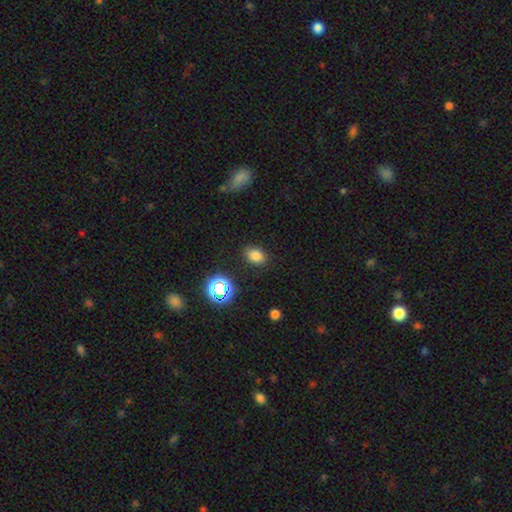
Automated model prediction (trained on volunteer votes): A smooth galaxy with no disk features (77%) that is in between round and cigar-shaped (75%). Merging: none (85%).